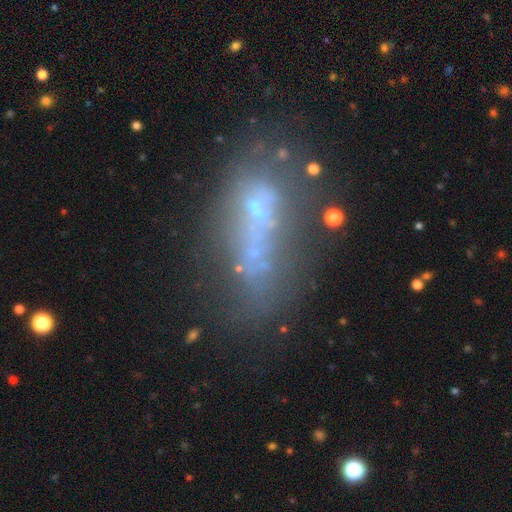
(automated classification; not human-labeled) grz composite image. It shows a featured or disk galaxy (41%). Merging: none (37%).